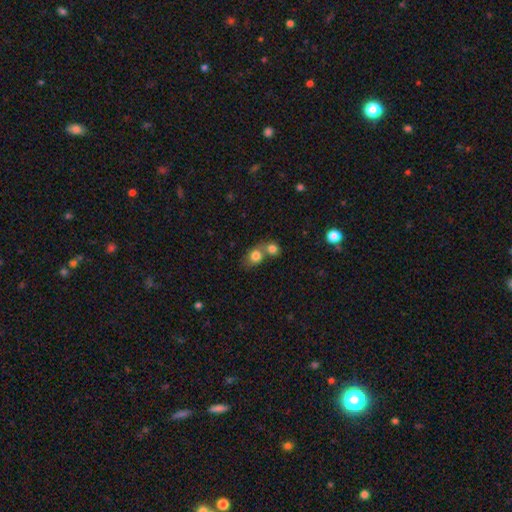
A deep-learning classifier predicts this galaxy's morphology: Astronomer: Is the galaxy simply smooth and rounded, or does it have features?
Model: smooth — 80%.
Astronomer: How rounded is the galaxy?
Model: round — 63%.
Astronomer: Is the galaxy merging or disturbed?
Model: merger — 57% (runner-up: none, 32%).